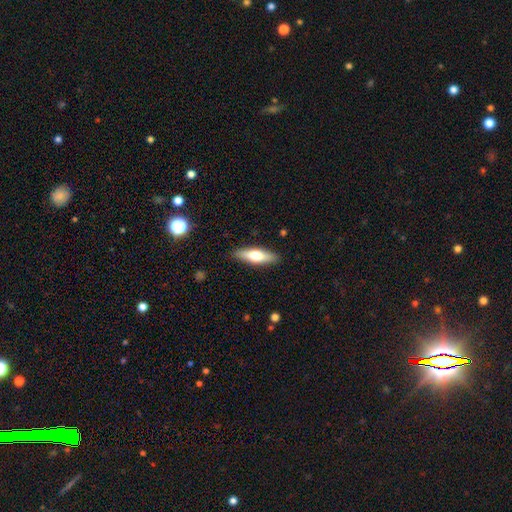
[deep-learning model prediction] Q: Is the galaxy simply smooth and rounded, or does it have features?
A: smooth — 59%.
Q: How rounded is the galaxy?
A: cigar-shaped — 56%.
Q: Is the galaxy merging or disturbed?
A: none — 89%.